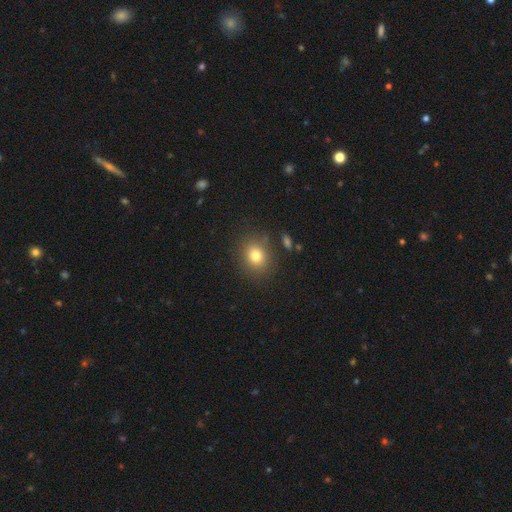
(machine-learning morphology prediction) smooth 79%, star or artifact 12%, featured or disk 9%. Down the decision tree: how rounded — round (66%); merging — none (83%).